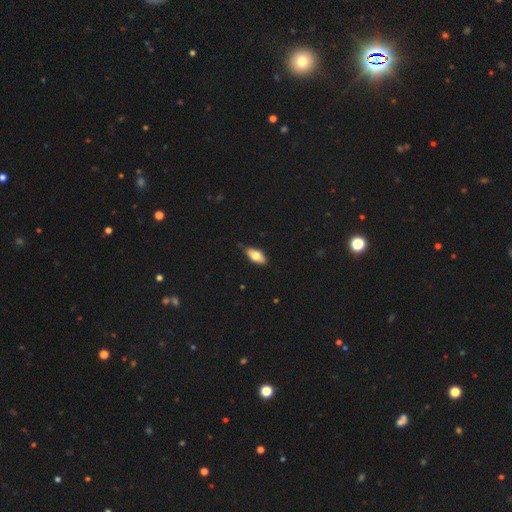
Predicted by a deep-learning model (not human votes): This is likely a smooth galaxy (71%). How rounded: clearly in between (86%). Merging: clearly none (80%).